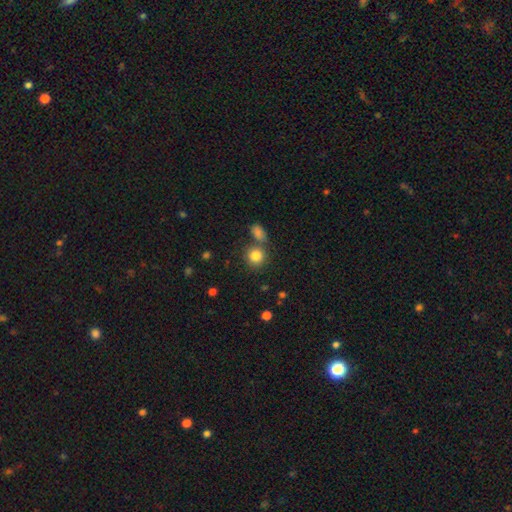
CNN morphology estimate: This appears to be a smooth galaxy with no disk features (83%) that is round (87%). Merging: none (69%).